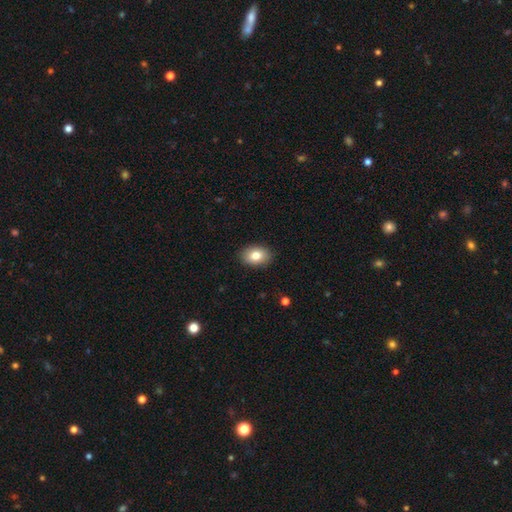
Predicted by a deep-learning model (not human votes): smooth-or-featured: smooth: 82% | featured or disk: 10% | star or artifact: 8%
  how-rounded: in between: 78% | round: 21% | cigar-shaped: 1%
  merging: none: 89% | minor disturbance: 8% | major disturbance: 2% | merger: 1%